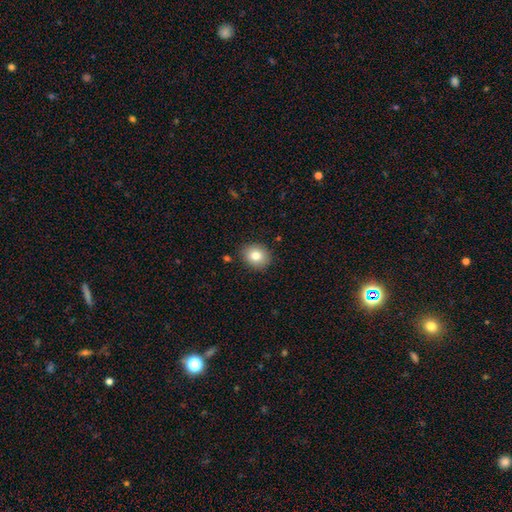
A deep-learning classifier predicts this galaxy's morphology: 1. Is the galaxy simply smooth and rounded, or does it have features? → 81% smooth, 10% star or artifact, 9% featured or disk.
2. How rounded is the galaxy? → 65% round, 34% in between, 1% cigar-shaped.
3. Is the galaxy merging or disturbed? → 87% none, 9% minor disturbance, 2% major disturbance, 2% merger.